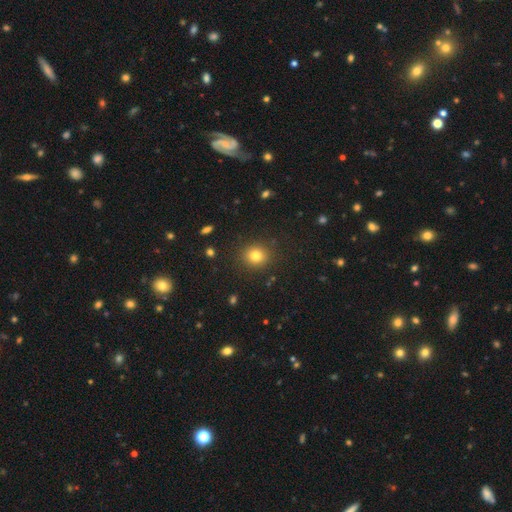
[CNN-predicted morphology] smooth_or_featured: smooth (p=0.81) [alt: star or artifact p=0.13]
how_rounded: round (p=0.83) [alt: in between p=0.17]
merging: none (p=0.88) [alt: minor disturbance p=0.07]